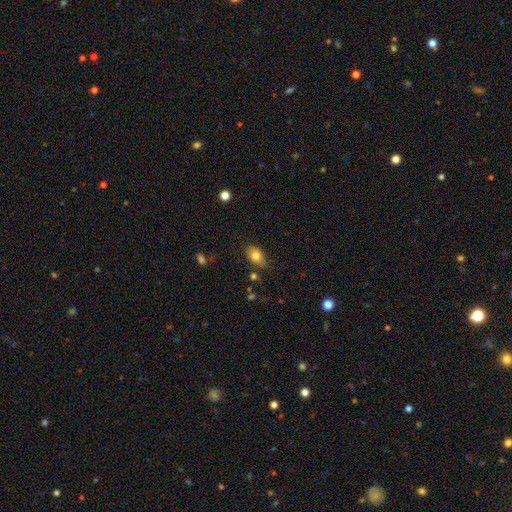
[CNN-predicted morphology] Smooth or featured?
  - smooth: 79% *
  - featured or disk: 13%
  - star or artifact: 9%
How rounded?
  - in between: 84% *
  - round: 14%
  - cigar-shaped: 2%
Merging?
  - none: 76% *
  - minor disturbance: 19%
  - major disturbance: 4%
  - merger: 2%